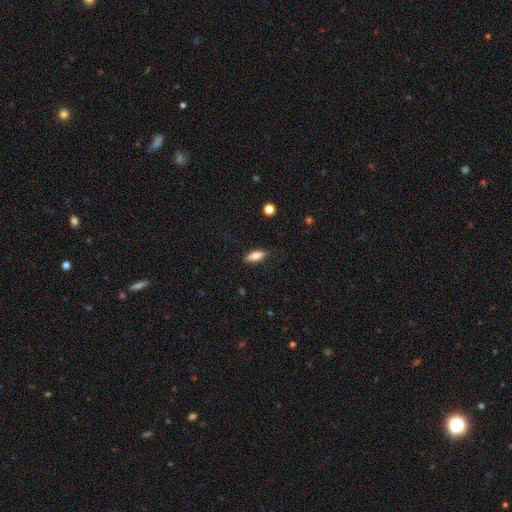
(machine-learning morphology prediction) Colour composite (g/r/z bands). It shows a smooth galaxy with no disk features (76%) that is in between round and cigar-shaped (67%). Merging: none (81%).